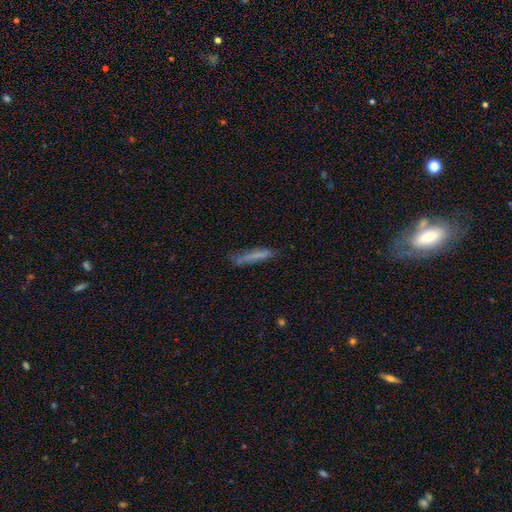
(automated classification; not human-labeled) Morphology: type=smooth (69%); roundness=cigar-shaped (92%); merging=none (71%).